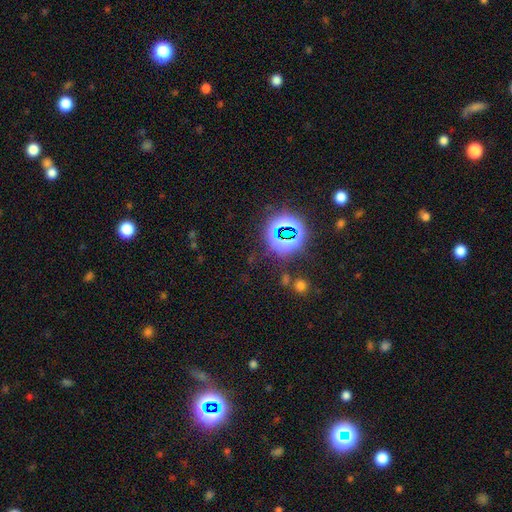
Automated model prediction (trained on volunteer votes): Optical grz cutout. It shows a star or artifact, not a galaxy (74%).